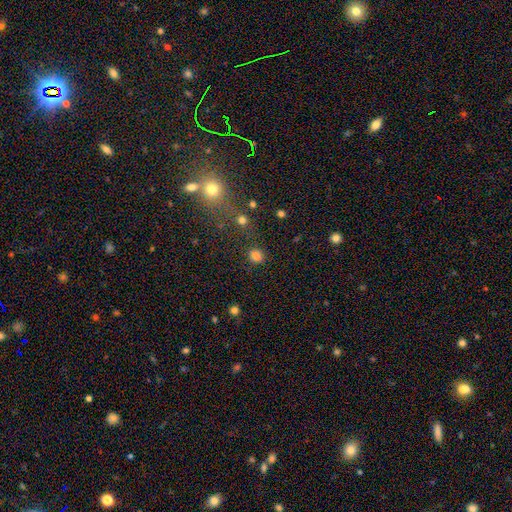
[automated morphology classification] smooth-or-featured: smooth: 81% | star or artifact: 15% | featured or disk: 4%
  how-rounded: round: 80% | in between: 19% | cigar-shaped: 1%
  merging: none: 83% | minor disturbance: 10% | merger: 4% | major disturbance: 4%